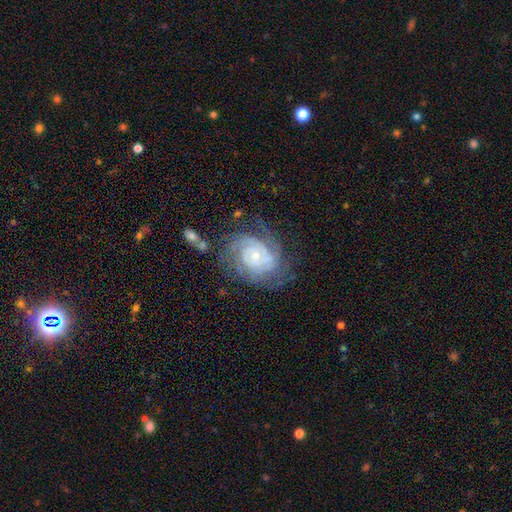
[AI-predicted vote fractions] A featured or disk galaxy (87%) with no bar (75%), tight (72%) spiral arms (96%) and a small central bulge (70%).

Vote fractions:
- Smooth or featured? featured or disk: 87% / smooth: 8% / star or artifact: 6%
- Edge-on disk? no: 97% / yes: 3%
- Bar? no: 75% / weak: 20% / strong: 5%
- Spiral arms? yes: 96% / no: 4%
- Spiral winding? tight: 72% / medium: 23% / loose: 5%
- Spiral arm count? can't tell: 28% / 2: 26% / 3: 23% / 4: 12% / more than 4: 6% / 1: 5%
- Bulge size? small: 70% / moderate: 26% / large: 2% / none: 2% / dominant: 1%
- Merging? none: 64% / minor disturbance: 20% / major disturbance: 12% / merger: 3%